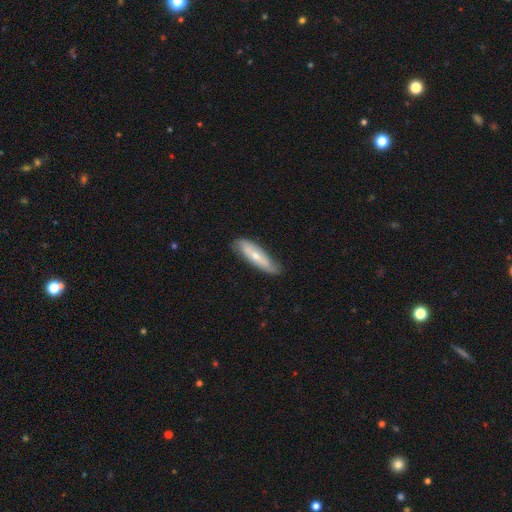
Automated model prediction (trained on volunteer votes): Smooth or featured? smooth (51%)
How rounded? cigar-shaped (63%)
Merging? none (76%)